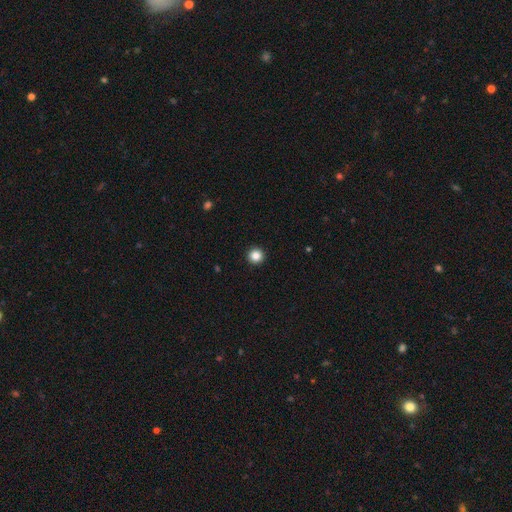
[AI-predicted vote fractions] The model was most divided on "smooth or featured": smooth: 86%, star or artifact: 10%, featured or disk: 4%. More confident: how rounded — round (96%); merging — none (94%).